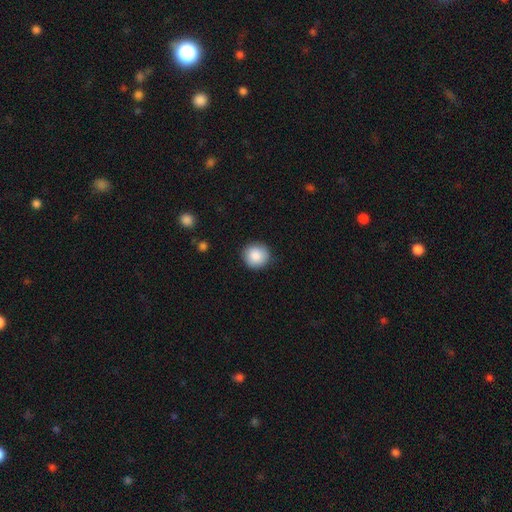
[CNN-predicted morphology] Overall: smooth (87%). How rounded: round (92%). Merging: none (88%).